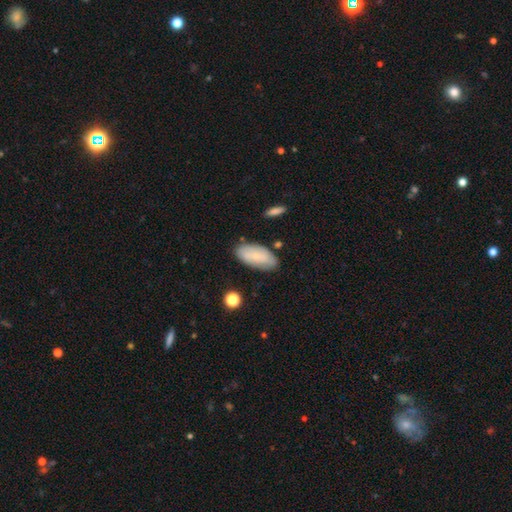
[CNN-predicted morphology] type=smooth (69%); roundness=in between (92%); merging=none (76%).